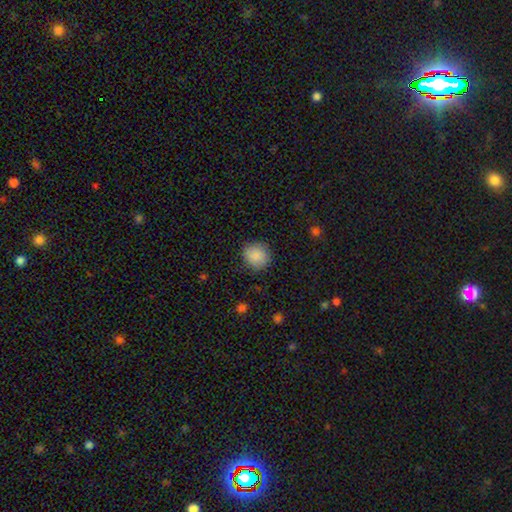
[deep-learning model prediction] Smooth or featured? Predicted: smooth (p=0.88). How rounded? Predicted: round (p=0.88). Merging? Predicted: none (p=0.87).